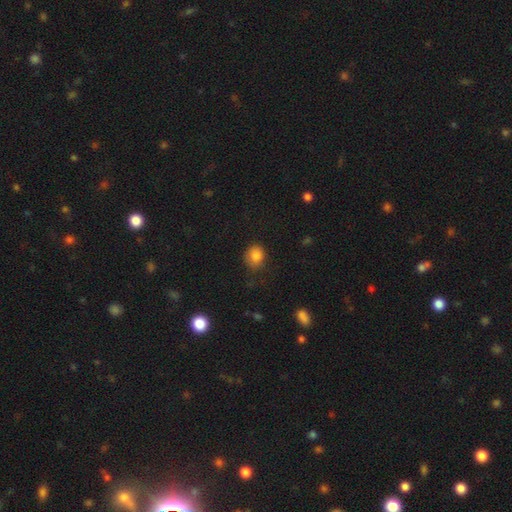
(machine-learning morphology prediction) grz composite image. It shows a smooth galaxy with no disk features (83%) that is round (68%). Merging: none (66%).